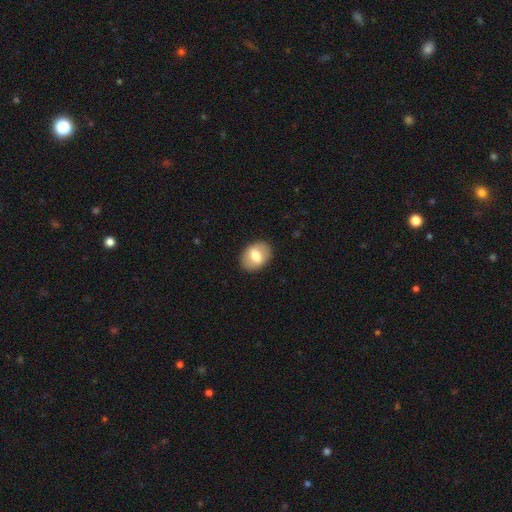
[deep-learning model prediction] This is likely a smooth galaxy (67%). How rounded: likely in between (72%). Merging: clearly none (87%).